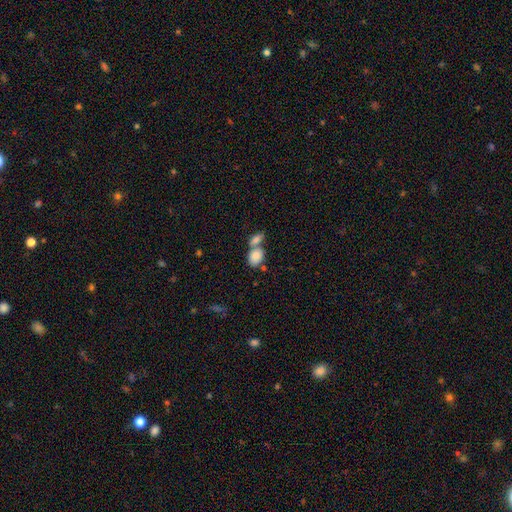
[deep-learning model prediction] Overall: smooth (84%). How rounded: in between (77%). Merging: merger (56%; none 32%).